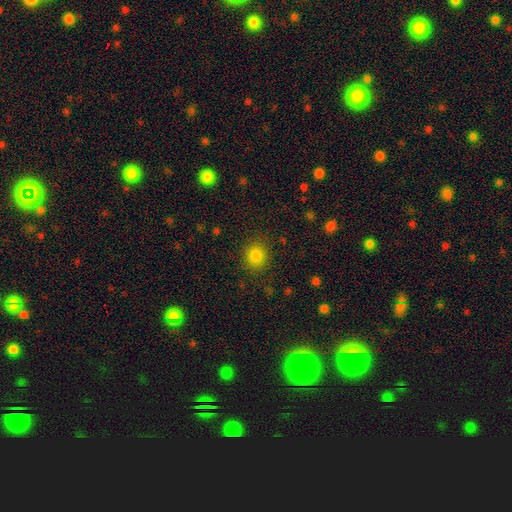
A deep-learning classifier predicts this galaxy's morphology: Smooth or featured? smooth (83%)
How rounded? round (82%)
Merging? none (88%)